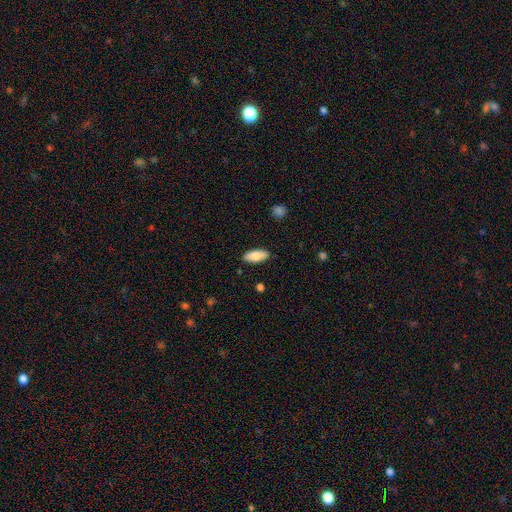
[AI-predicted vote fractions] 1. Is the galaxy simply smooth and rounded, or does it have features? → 81% smooth, 13% featured or disk, 6% star or artifact.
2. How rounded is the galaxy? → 85% in between, 13% cigar-shaped, 2% round.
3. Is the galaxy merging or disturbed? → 85% none, 11% minor disturbance, 2% major disturbance, 1% merger.